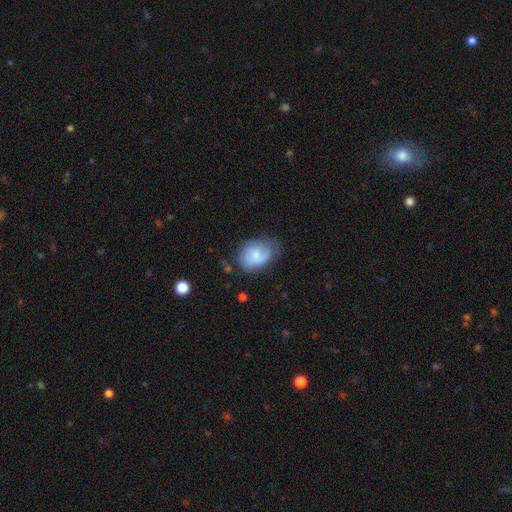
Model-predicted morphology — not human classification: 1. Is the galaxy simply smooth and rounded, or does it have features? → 59% smooth, 33% featured or disk, 7% star or artifact.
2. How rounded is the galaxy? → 68% in between, 31% round, 1% cigar-shaped.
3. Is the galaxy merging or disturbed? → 52% none, 32% minor disturbance, 13% major disturbance, 3% merger.